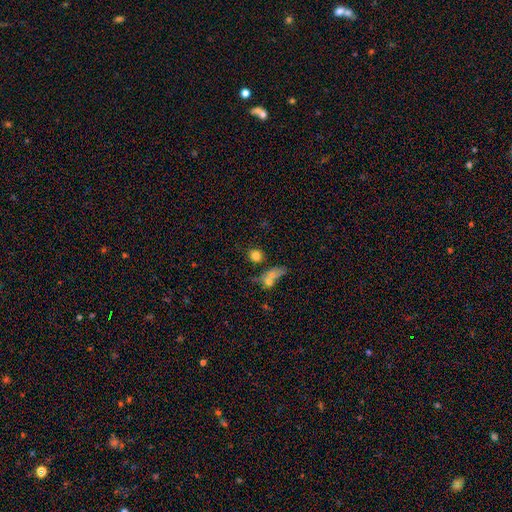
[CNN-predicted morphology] type=smooth (79%); roundness=round (80%); merging=none (68%).